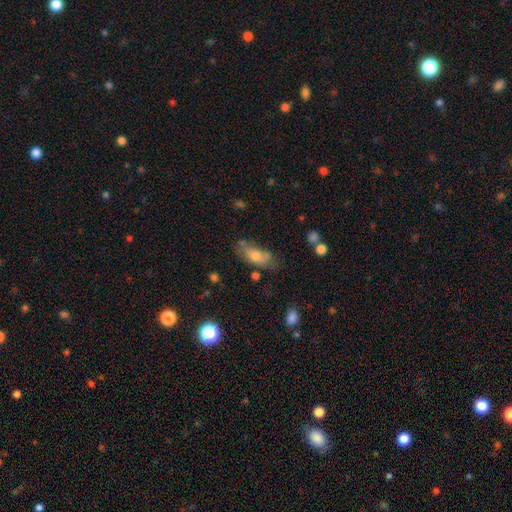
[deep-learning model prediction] A smooth galaxy with no disk features (60%) that is in between round and cigar-shaped (79%).

Vote fractions:
- Smooth or featured? smooth: 60% / featured or disk: 30% / star or artifact: 10%
- How rounded? in between: 79% / cigar-shaped: 16% / round: 5%
- Merging? none: 52% / minor disturbance: 27% / major disturbance: 13% / merger: 8%